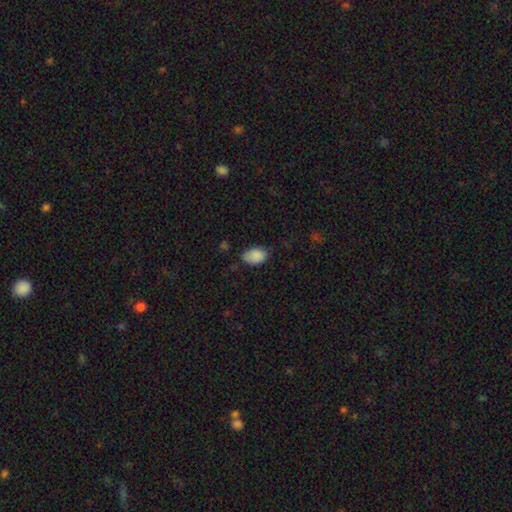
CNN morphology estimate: type=smooth (87%); roundness=in between (87%); merging=none (58%).